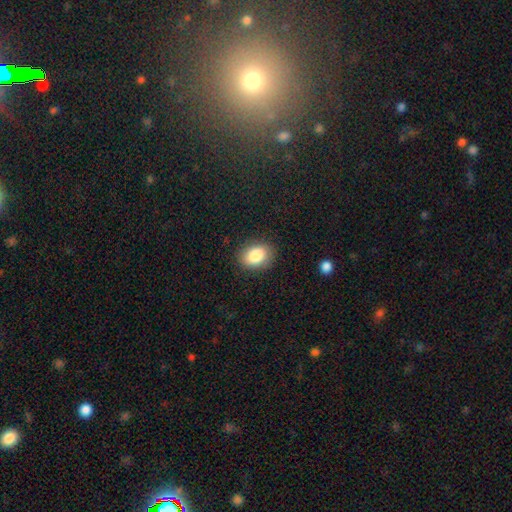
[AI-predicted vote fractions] smooth_or_featured: smooth (p=0.85) [alt: star or artifact p=0.08]
how_rounded: in between (p=0.72) [alt: round p=0.27]
merging: none (p=0.86) [alt: minor disturbance p=0.10]